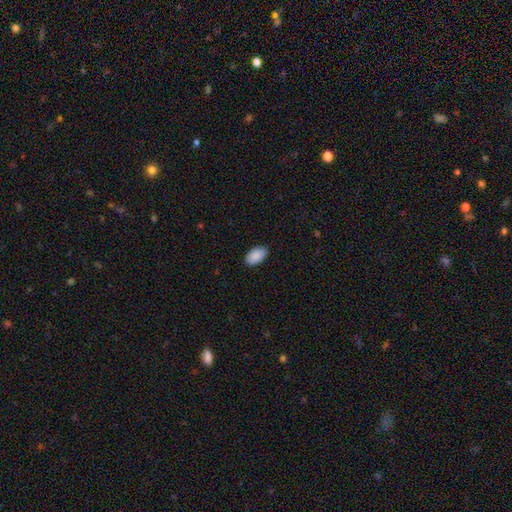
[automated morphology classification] smooth-or-featured: smooth: 90% | star or artifact: 6% | featured or disk: 4%
  how-rounded: in between: 95% | round: 4% | cigar-shaped: 1%
  merging: none: 87% | minor disturbance: 10% | major disturbance: 2% | merger: 1%